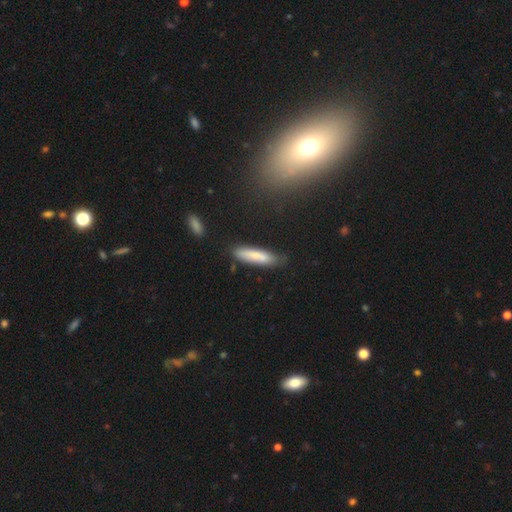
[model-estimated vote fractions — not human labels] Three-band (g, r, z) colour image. It shows a smooth galaxy with no disk features (72%) that is cigar-shaped (76%). Merging: none (76%).